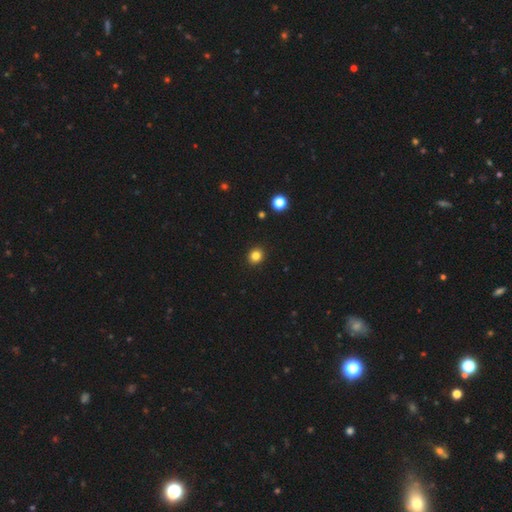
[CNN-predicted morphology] smooth-or-featured: smooth: 83% | star or artifact: 13% | featured or disk: 5%
  how-rounded: round: 80% | in between: 19% | cigar-shaped: 1%
  merging: none: 92% | minor disturbance: 5% | major disturbance: 2% | merger: 1%